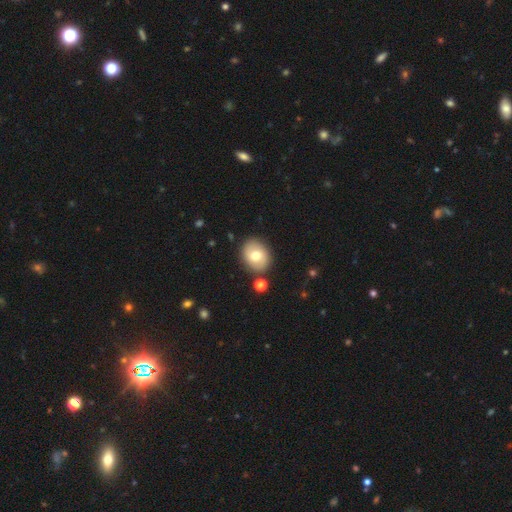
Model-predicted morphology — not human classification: type=smooth (70%); roundness=round (50%); merging=none (85%).